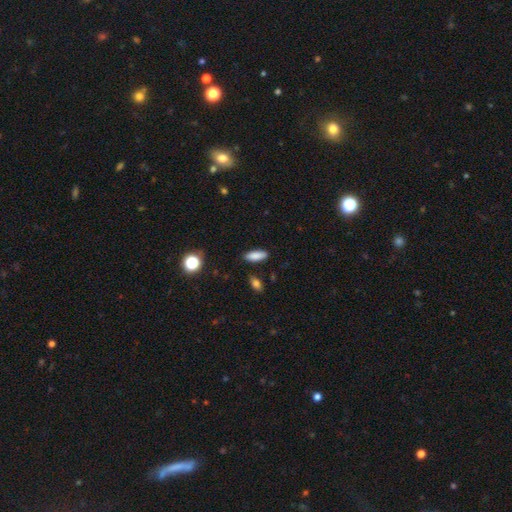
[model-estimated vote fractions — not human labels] smooth_or_featured: smooth (p=0.86) [alt: star or artifact p=0.08]
how_rounded: in between (p=0.68) [alt: cigar-shaped p=0.30]
merging: none (p=0.87) [alt: minor disturbance p=0.09]